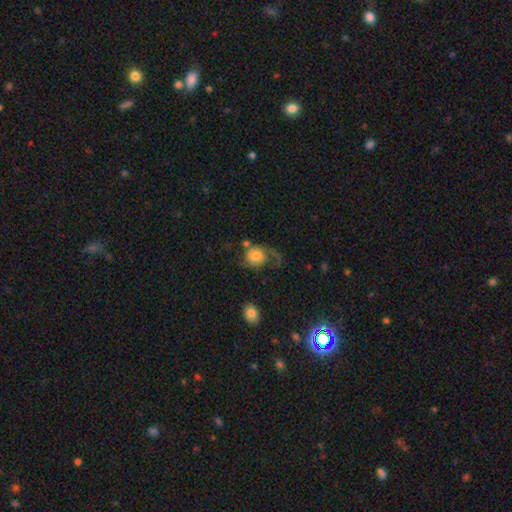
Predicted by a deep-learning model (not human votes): A smooth galaxy with no disk features (50%) that is round (70%).

Vote fractions:
- Smooth or featured? smooth: 50% / featured or disk: 41% / star or artifact: 8%
- How rounded? round: 70% / in between: 29% / cigar-shaped: 1%
- Merging? major disturbance: 40% / none: 33% / minor disturbance: 19% / merger: 9%